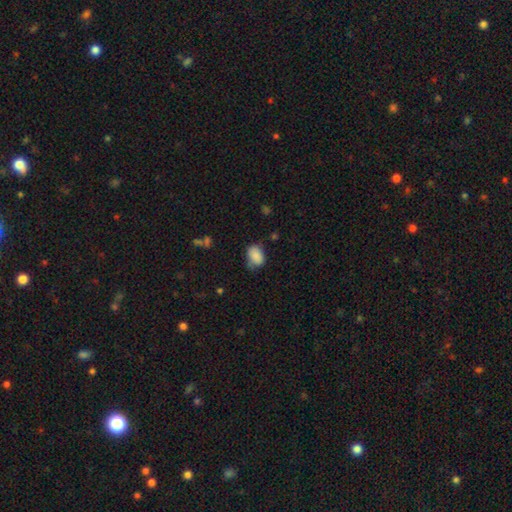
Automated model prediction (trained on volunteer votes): Smooth or featured?
  - smooth: 85% *
  - star or artifact: 8%
  - featured or disk: 6%
How rounded?
  - in between: 80% *
  - round: 19%
  - cigar-shaped: 1%
Merging?
  - none: 57% *
  - minor disturbance: 31%
  - major disturbance: 9%
  - merger: 3%